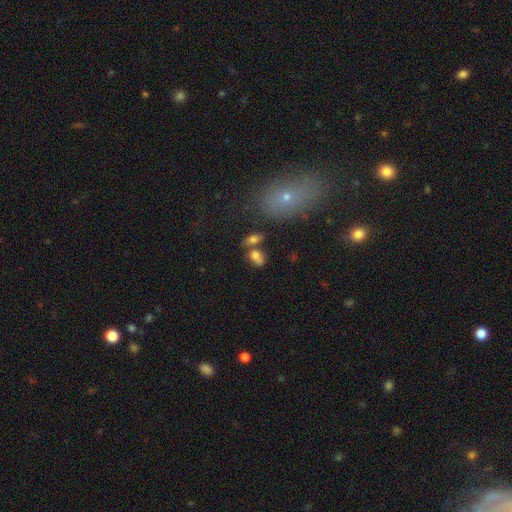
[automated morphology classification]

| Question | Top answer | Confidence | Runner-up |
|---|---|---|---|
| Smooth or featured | smooth | 72% | featured or disk (16%) |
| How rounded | in between | 75% | round (21%) |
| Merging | merger | 43% | none (38%) |